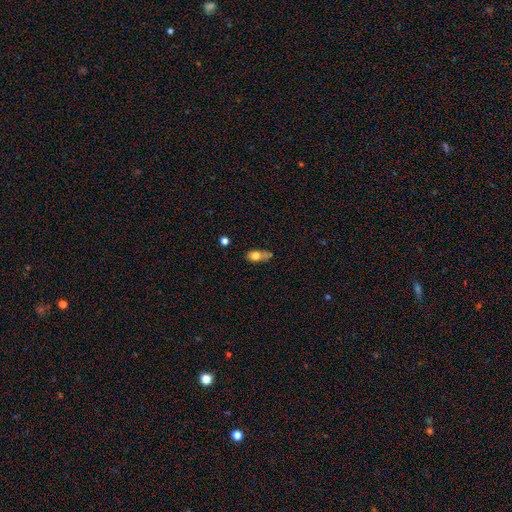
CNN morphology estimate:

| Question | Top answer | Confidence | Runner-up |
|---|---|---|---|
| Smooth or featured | smooth | 74% | featured or disk (17%) |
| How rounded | in between | 71% | round (20%) |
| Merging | none | 35% | minor disturbance (30%) |